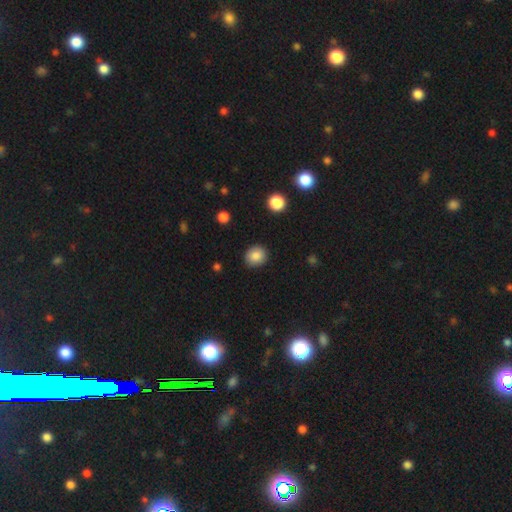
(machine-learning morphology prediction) type=smooth (86%); roundness=round (77%); merging=none (89%).